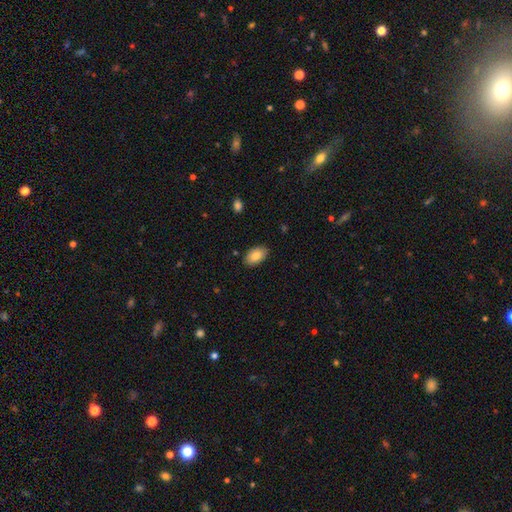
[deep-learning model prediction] smooth 84%, featured or disk 9%, star or artifact 7%. Down the decision tree: how rounded — in between (93%); merging — none (86%).